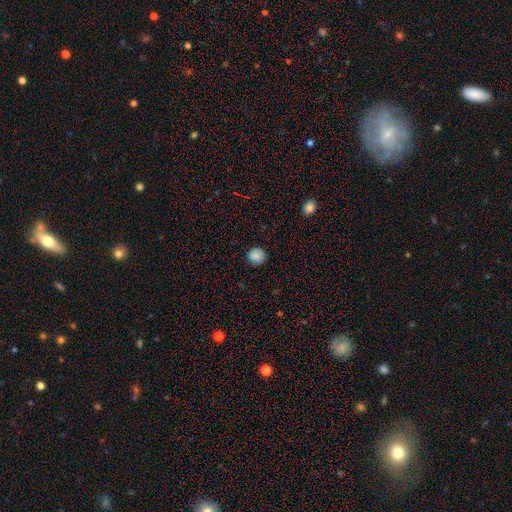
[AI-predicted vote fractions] A smooth galaxy with no disk features (86%) that is round (92%).

Vote fractions:
- Smooth or featured? smooth: 86% / star or artifact: 10% / featured or disk: 4%
- How rounded? round: 92% / in between: 7% / cigar-shaped: 1%
- Merging? none: 88% / minor disturbance: 9% / major disturbance: 2% / merger: 1%